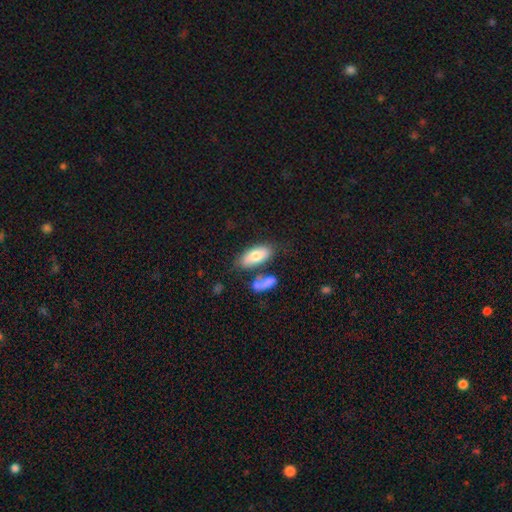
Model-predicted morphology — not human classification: A smooth galaxy with no disk features (75%) that is in between round and cigar-shaped (88%).

Vote fractions:
- Smooth or featured? smooth: 75% / featured or disk: 19% / star or artifact: 7%
- How rounded? in between: 88% / cigar-shaped: 9% / round: 3%
- Merging? none: 54% / merger: 22% / minor disturbance: 16% / major disturbance: 7%